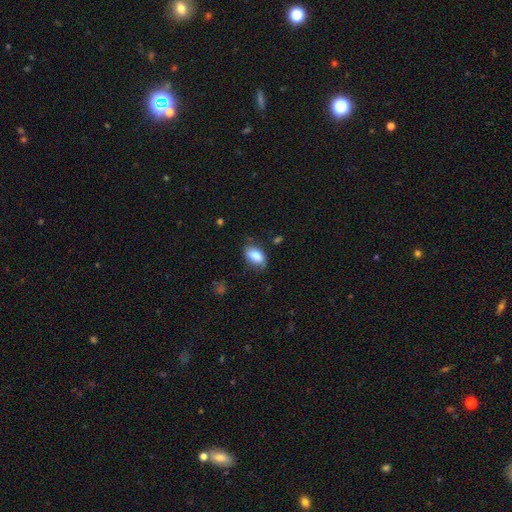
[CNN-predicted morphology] Q: Smooth or featured?
A: smooth (83%); runner-up: featured or disk (10%)
Q: How rounded?
A: in between (92%); runner-up: round (6%)
Q: Merging?
A: none (71%); runner-up: minor disturbance (22%)